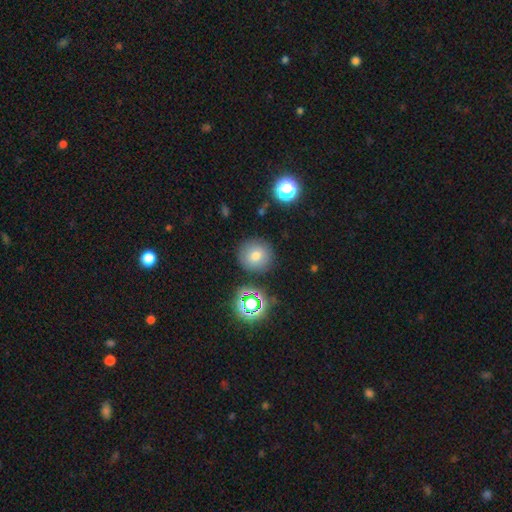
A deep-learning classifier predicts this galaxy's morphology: A smooth galaxy with no disk features (74%) that is round (92%). Merging: none (86%).